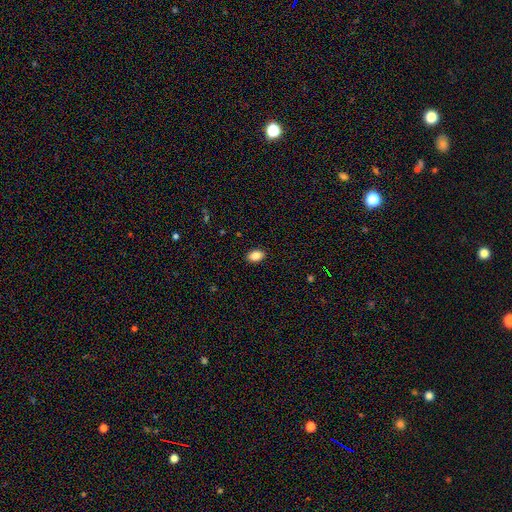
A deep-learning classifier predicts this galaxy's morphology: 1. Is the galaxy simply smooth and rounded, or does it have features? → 87% smooth, 8% star or artifact, 5% featured or disk.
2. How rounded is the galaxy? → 89% in between, 10% round, 2% cigar-shaped.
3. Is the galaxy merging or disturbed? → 90% none, 7% minor disturbance, 2% major disturbance, 1% merger.